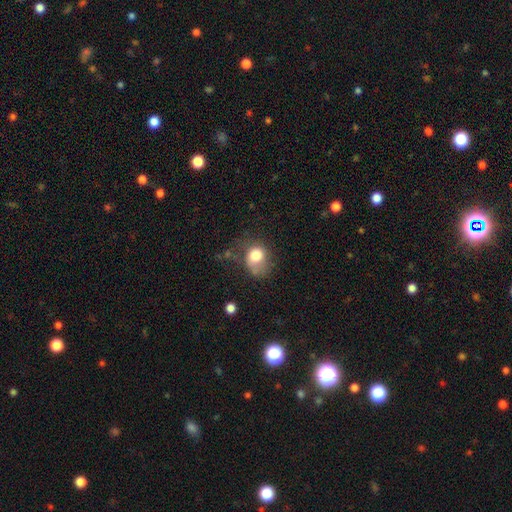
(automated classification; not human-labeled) Smooth or featured?
  - smooth: 77% *
  - featured or disk: 14%
  - star or artifact: 9%
How rounded?
  - round: 60% *
  - in between: 39%
  - cigar-shaped: 1%
Merging?
  - none: 38% *
  - minor disturbance: 31%
  - major disturbance: 26%
  - merger: 5%